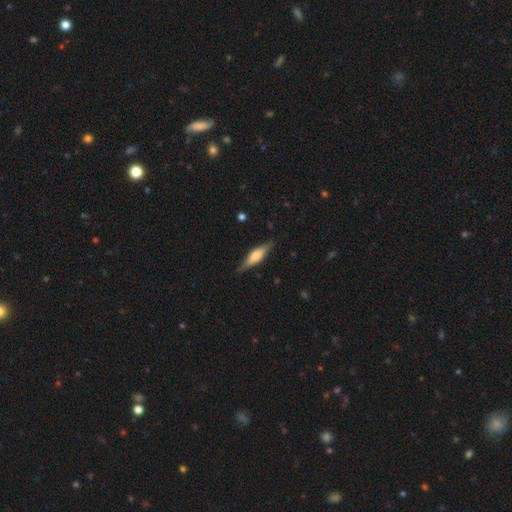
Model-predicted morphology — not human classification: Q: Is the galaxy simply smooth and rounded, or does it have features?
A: featured or disk — 54%.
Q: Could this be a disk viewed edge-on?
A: yes — 94%.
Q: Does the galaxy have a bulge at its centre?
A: rounded — 75%.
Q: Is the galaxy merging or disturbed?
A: none — 85%.